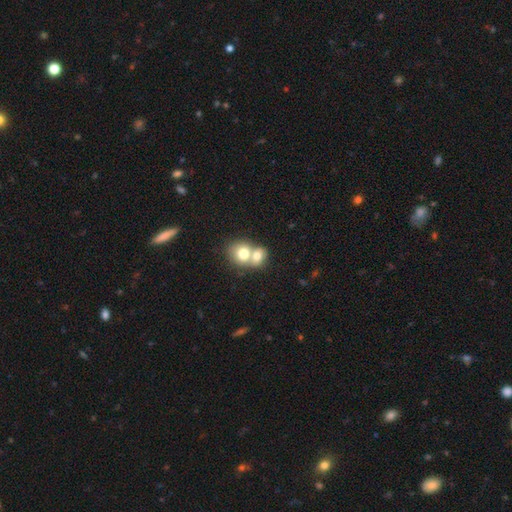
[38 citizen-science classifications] smooth-or-featured: smooth: 61% | featured or disk: 32% | star or artifact: 8%
  how-rounded: round: 57% | in between: 43% | cigar-shaped: 0%
  merging: merger: 71% | none: 17% | minor disturbance: 6% | major disturbance: 6%